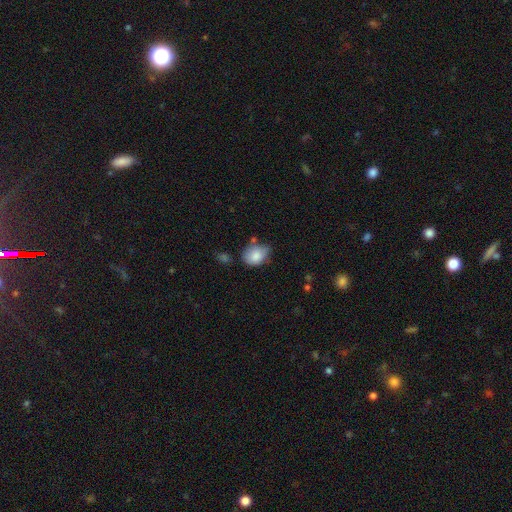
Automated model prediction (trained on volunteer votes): This appears to be a smooth galaxy with no disk features (83%) that is in between round and cigar-shaped (66%). Merging: none (49%).